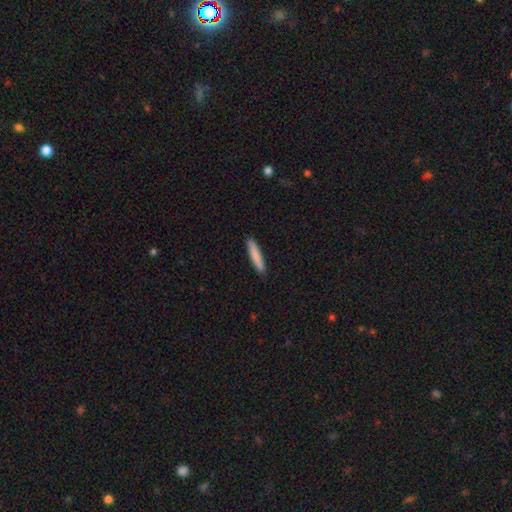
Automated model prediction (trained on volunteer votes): Morphology: type=smooth (82%); roundness=cigar-shaped (92%); merging=none (91%).